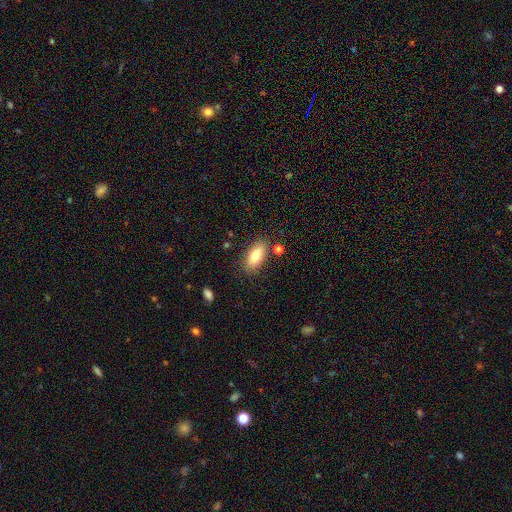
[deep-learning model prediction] smooth 77%, featured or disk 16%, star or artifact 7%. Down the decision tree: how rounded — in between (86%); merging — none (81%).